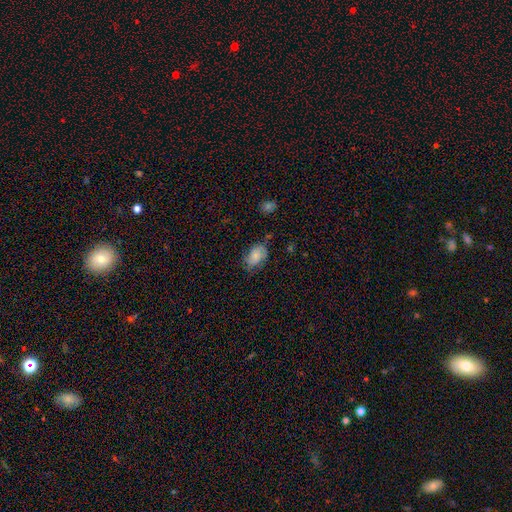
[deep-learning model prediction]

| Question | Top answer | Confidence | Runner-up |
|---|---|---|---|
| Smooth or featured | smooth | 63% | featured or disk (28%) |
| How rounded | in between | 85% | round (13%) |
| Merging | none | 60% | minor disturbance (28%) |